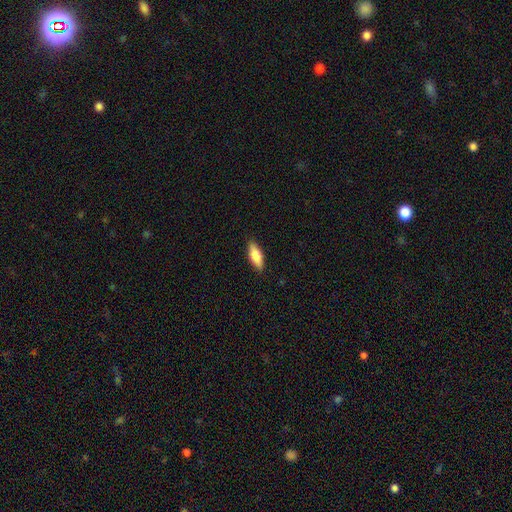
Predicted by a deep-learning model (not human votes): smooth-or-featured: smooth: 77% | featured or disk: 17% | star or artifact: 6%
  how-rounded: in between: 63% | cigar-shaped: 35% | round: 2%
  merging: none: 88% | minor disturbance: 9% | major disturbance: 2% | merger: 1%